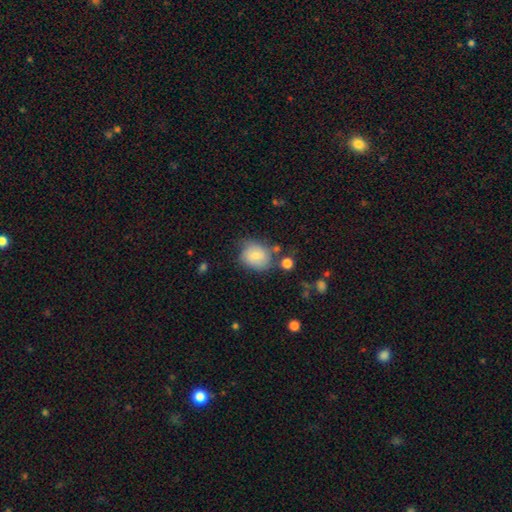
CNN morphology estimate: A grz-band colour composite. It shows a smooth galaxy with no disk features (71%) that is round (56%). Merging: none (58%).